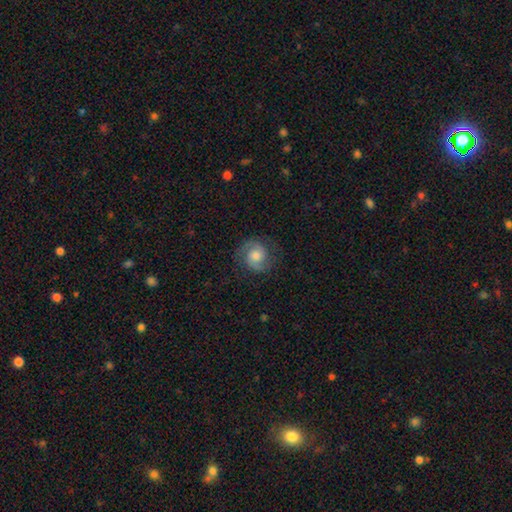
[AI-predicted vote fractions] Smooth or featured? featured or disk (72%)
Edge-on disk? no (98%)
Bar? no (66%)
Spiral arms? yes (95%)
Spiral winding? medium (49%)
Spiral arm count? 2 (91%)
Bulge size? moderate (60%)
Merging? none (80%)